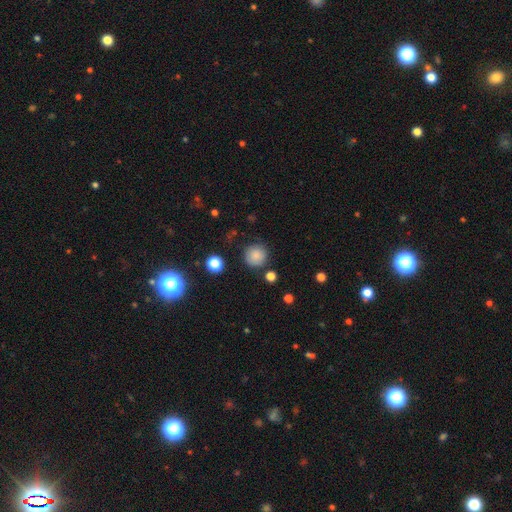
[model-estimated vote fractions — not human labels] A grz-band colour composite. It shows a smooth galaxy with no disk features (84%) that is round (94%). Merging: none (83%).